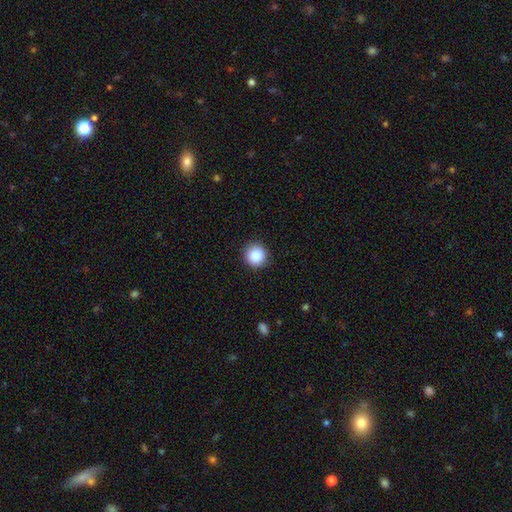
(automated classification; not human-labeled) This appears to be a smooth galaxy with no disk features (88%) that is round (94%). Merging: none (91%).